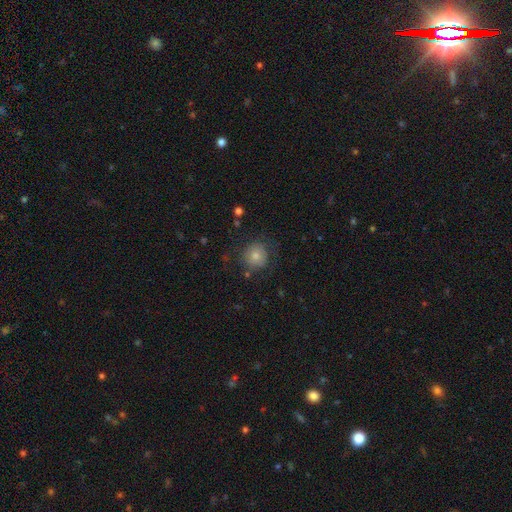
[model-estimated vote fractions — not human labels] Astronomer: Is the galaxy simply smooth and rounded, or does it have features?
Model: smooth — 69%.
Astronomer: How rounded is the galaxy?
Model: round — 91%.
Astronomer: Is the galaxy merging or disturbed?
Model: none — 77%.